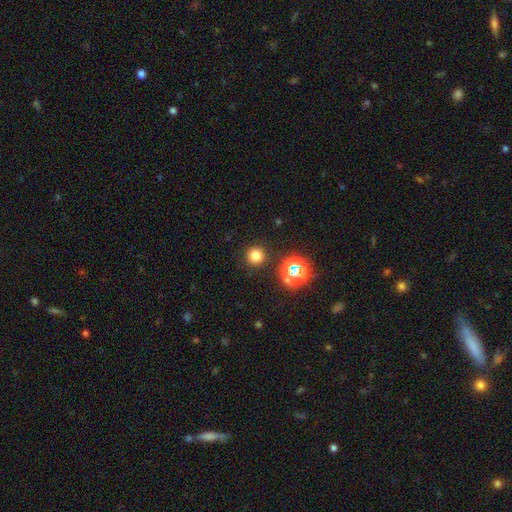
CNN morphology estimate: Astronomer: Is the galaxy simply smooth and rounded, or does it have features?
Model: smooth — 74%.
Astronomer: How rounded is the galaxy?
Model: round — 94%.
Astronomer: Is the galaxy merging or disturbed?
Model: none — 90%.